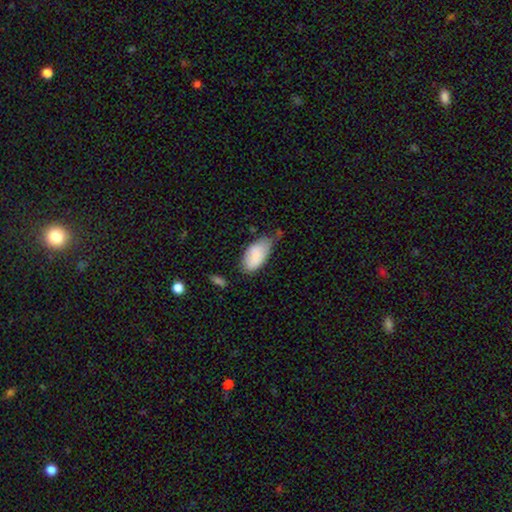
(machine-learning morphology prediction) The model was most divided on "merging": minor disturbance: 43%, none: 41%, major disturbance: 11%, merger: 5%. More confident: how rounded — in between (95%); smooth or featured — smooth (85%).